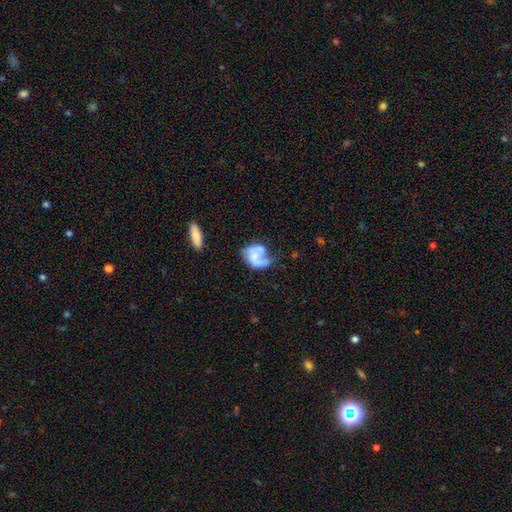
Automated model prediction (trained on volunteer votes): featured or disk 56%, smooth 36%, star or artifact 7%. Down the decision tree: edge-on disk — no (98%); bar — no (73%); spiral arms — yes (65%); bulge size — none (44%); merging — major disturbance (31%).